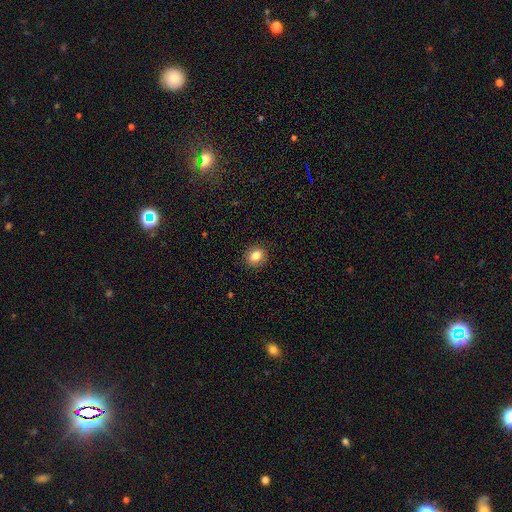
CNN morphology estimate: A smooth galaxy with no disk features (84%) that is round (65%). Merging: none (90%).